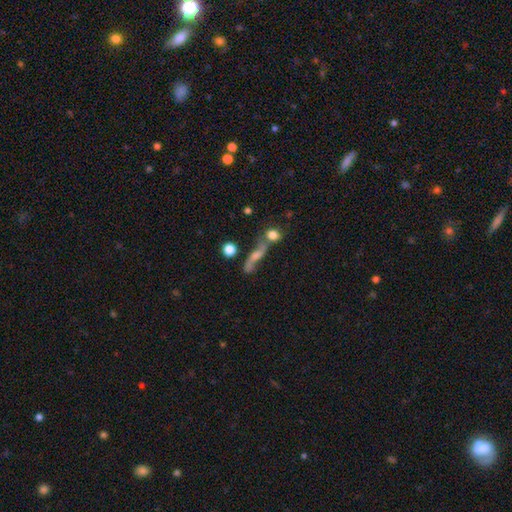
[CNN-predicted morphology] Smooth or featured: featured or disk — 52% (smooth — 36%)
Edge-on disk: no — 72% (yes — 28%)
Merging: none — 46% (merger — 25%)